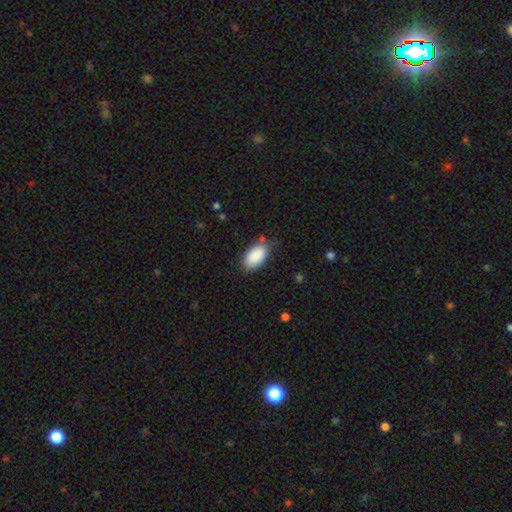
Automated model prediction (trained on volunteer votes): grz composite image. It shows a smooth galaxy with no disk features (90%) that is in between round and cigar-shaped (95%). Merging: none (78%).